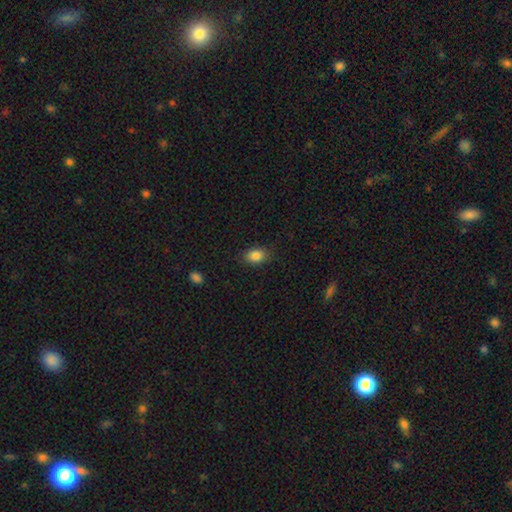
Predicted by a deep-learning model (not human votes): Overall: smooth (85%). How rounded: in between (78%). Merging: none (85%).